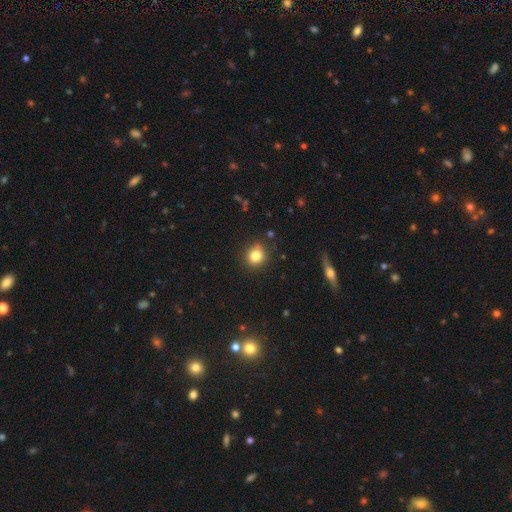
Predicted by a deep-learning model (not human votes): Q: Smooth or featured?
A: smooth (82%); runner-up: star or artifact (12%)
Q: How rounded?
A: round (85%); runner-up: in between (14%)
Q: Merging?
A: none (86%); runner-up: minor disturbance (10%)